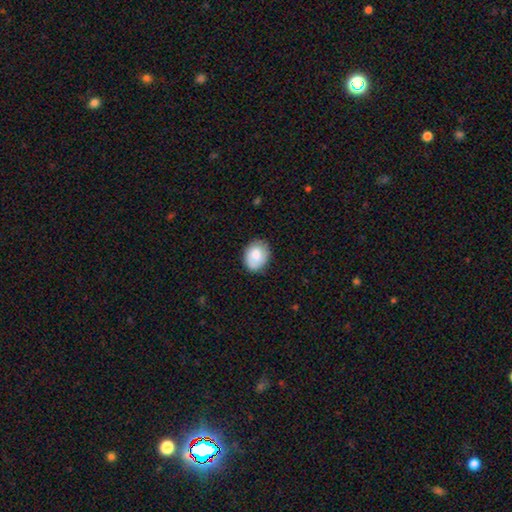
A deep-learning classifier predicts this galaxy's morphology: Smooth or featured: smooth — 78% (featured or disk — 15%)
How rounded: in between — 57% (round — 42%)
Merging: none — 76% (minor disturbance — 18%)